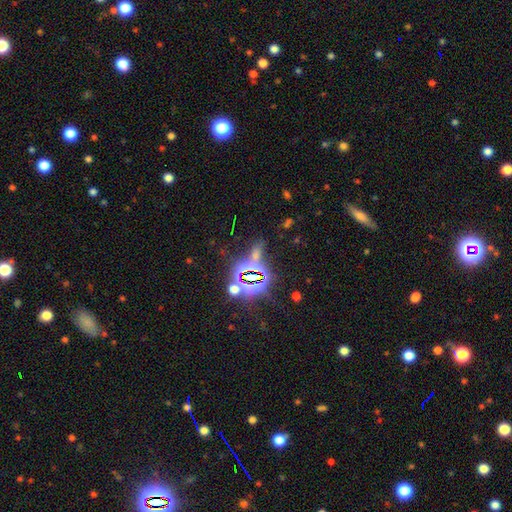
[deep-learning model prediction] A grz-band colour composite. It shows a star or artifact, not a galaxy (72%).